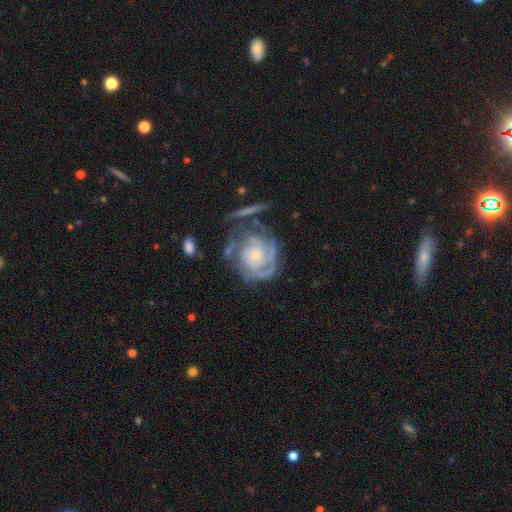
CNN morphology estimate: This is clearly a featured or disk galaxy (86%). It is clearly not viewed edge-on (97%). Bar: likely no (76%). Spiral arm pattern: clearly yes (95%). Spiral arm count: marginally 2 (28%). Spiral winding: likely tight (67%). Central bulge: likely small (63%). Merging: possibly none (53%).